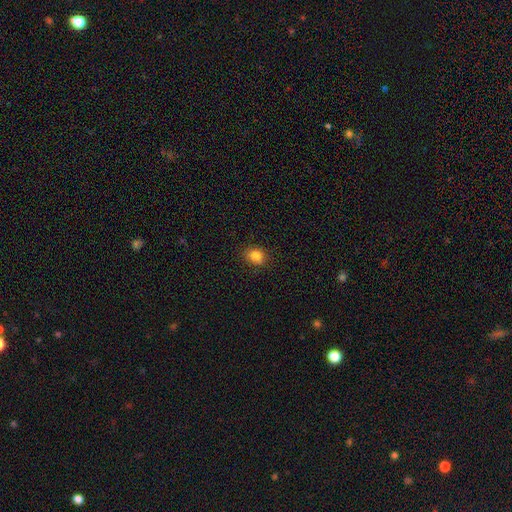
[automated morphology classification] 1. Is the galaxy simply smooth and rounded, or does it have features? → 84% smooth, 11% star or artifact, 5% featured or disk.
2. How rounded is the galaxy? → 60% round, 39% in between, 1% cigar-shaped.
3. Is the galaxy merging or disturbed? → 86% none, 10% minor disturbance, 2% major disturbance, 1% merger.